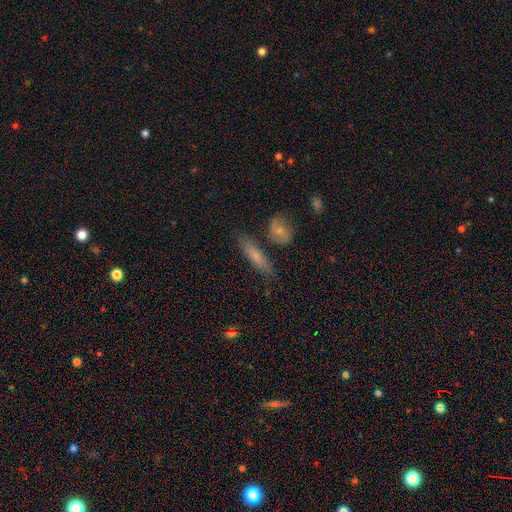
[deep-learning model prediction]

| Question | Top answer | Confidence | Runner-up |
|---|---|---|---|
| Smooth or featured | smooth | 65% | featured or disk (27%) |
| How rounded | cigar-shaped | 74% | in between (23%) |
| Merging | none | 75% | minor disturbance (13%) |